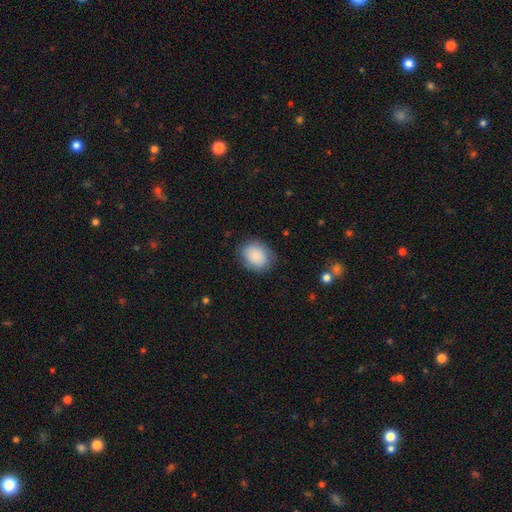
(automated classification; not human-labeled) Smooth or featured?
  - smooth: 88% *
  - star or artifact: 7%
  - featured or disk: 5%
How rounded?
  - in between: 55% *
  - round: 44%
  - cigar-shaped: 1%
Merging?
  - none: 81% *
  - minor disturbance: 14%
  - major disturbance: 4%
  - merger: 1%